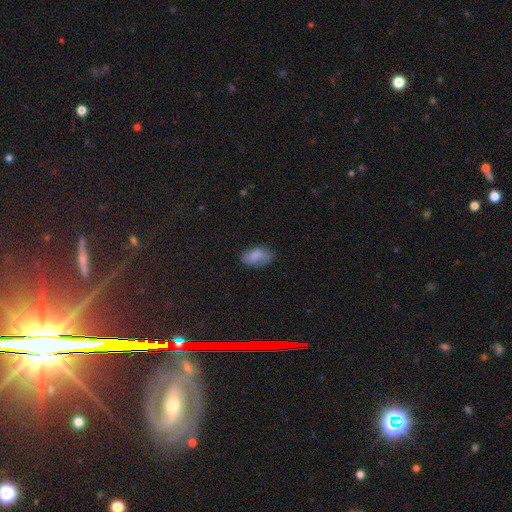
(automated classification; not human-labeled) Smooth or featured? Predicted: smooth (p=0.80). How rounded? Predicted: in between (p=0.92). Merging? Predicted: none (p=0.60).